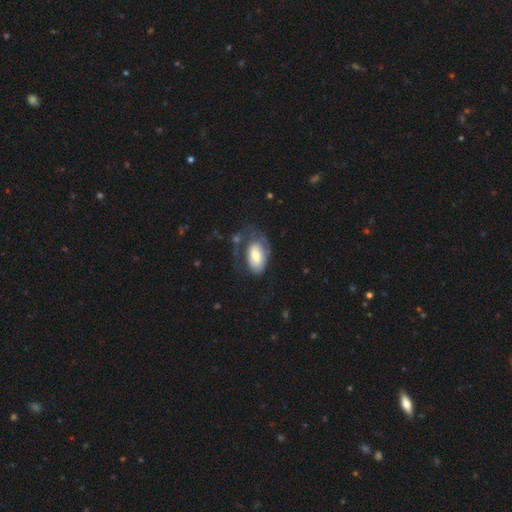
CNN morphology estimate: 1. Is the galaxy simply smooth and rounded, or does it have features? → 57% smooth, 37% featured or disk, 6% star or artifact.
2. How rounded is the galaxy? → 92% in between, 6% round, 2% cigar-shaped.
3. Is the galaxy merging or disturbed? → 35% none, 34% major disturbance, 26% minor disturbance, 5% merger.